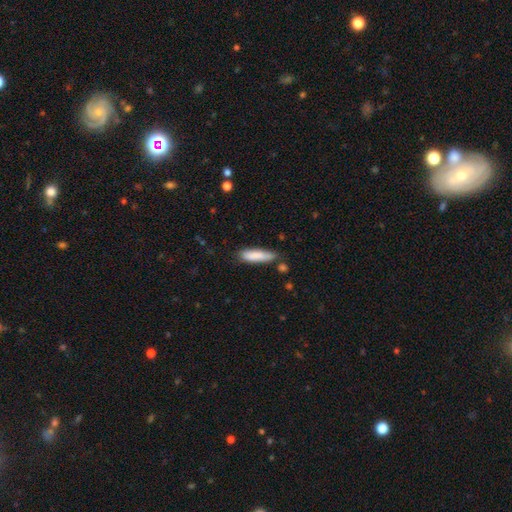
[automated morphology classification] A smooth galaxy with no disk features (85%) that is cigar-shaped (72%). Merging: none (72%).